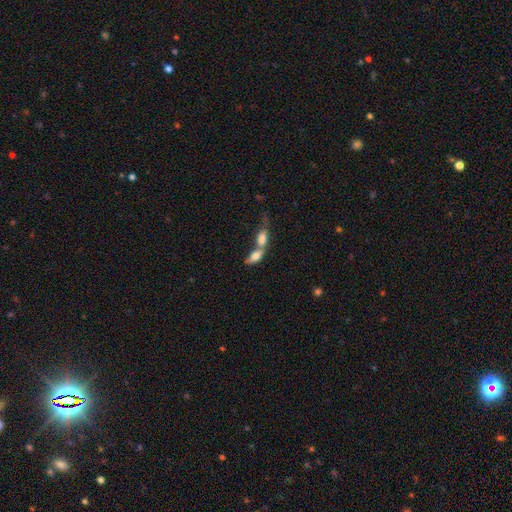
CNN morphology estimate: This appears to be a smooth galaxy with no disk features (71%) that is in between round and cigar-shaped (82%). Merging: merger (72%).